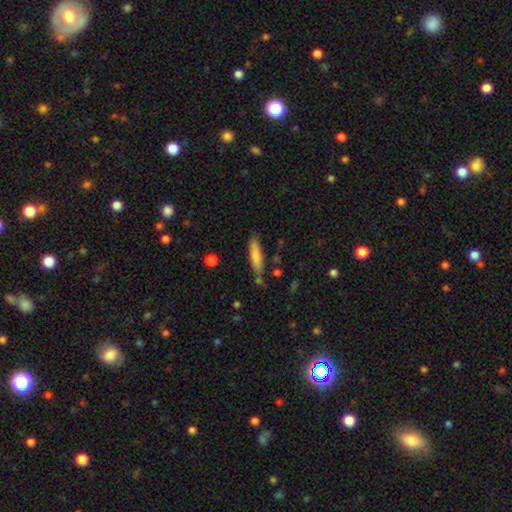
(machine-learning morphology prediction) Smooth or featured? smooth (78%)
How rounded? cigar-shaped (74%)
Merging? none (73%)